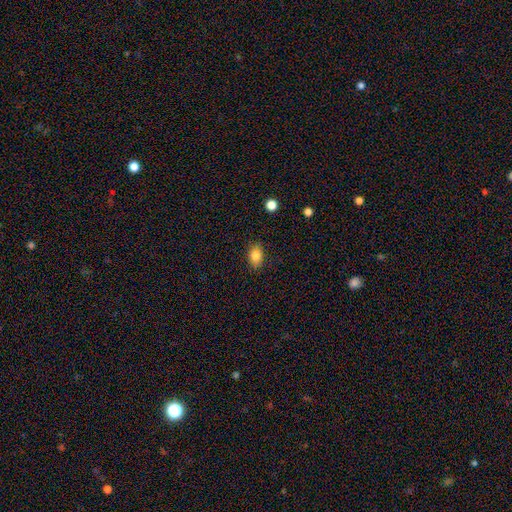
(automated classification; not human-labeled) Smooth or featured?
  - smooth: 82% *
  - star or artifact: 10%
  - featured or disk: 8%
How rounded?
  - in between: 78% *
  - round: 20%
  - cigar-shaped: 2%
Merging?
  - none: 83% *
  - minor disturbance: 13%
  - major disturbance: 3%
  - merger: 1%